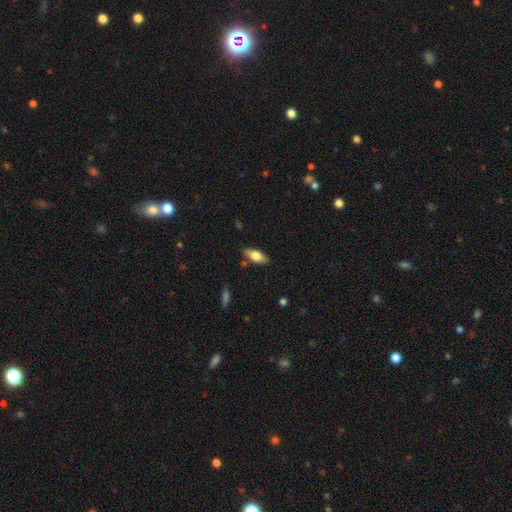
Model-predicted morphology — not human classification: Smooth or featured? smooth (69%)
How rounded? in between (81%)
Merging? none (83%)